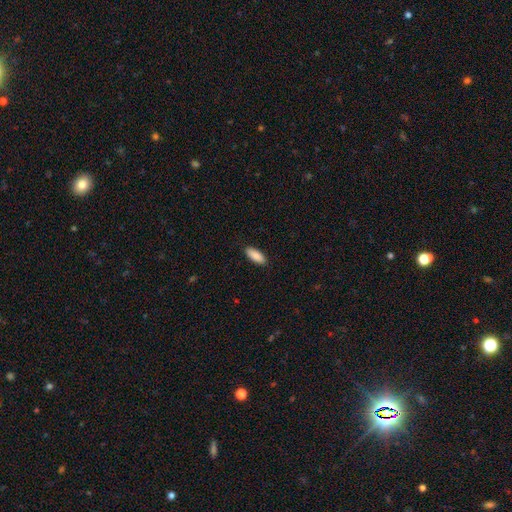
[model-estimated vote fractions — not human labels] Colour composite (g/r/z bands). It shows a smooth galaxy with no disk features (90%) that is in between round and cigar-shaped (79%). Merging: none (89%).